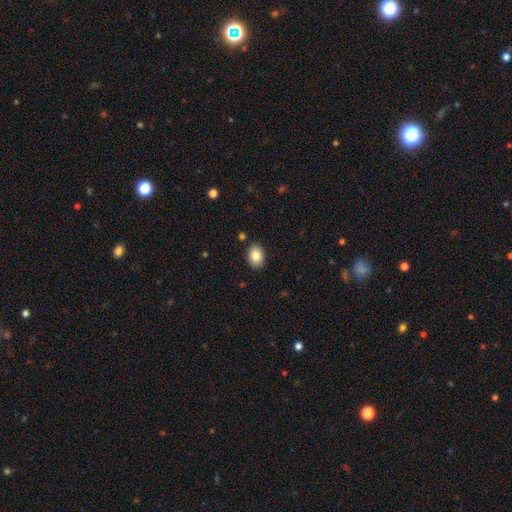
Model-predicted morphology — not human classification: smooth-or-featured: smooth: 84% | star or artifact: 8% | featured or disk: 7%
  how-rounded: in between: 74% | round: 25% | cigar-shaped: 1%
  merging: none: 88% | minor disturbance: 9% | major disturbance: 2% | merger: 2%